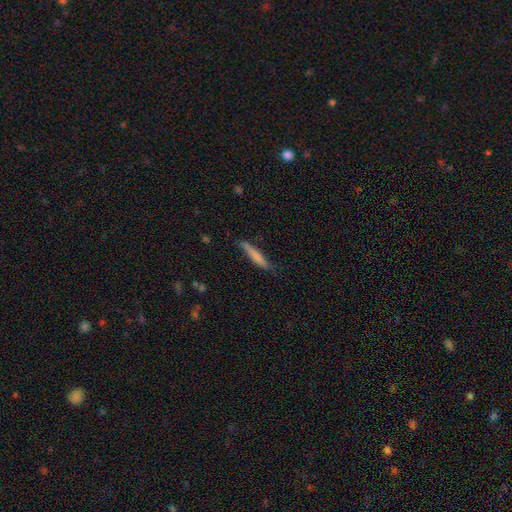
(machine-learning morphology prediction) smooth-or-featured: smooth: 69% | featured or disk: 25% | star or artifact: 6%
  how-rounded: cigar-shaped: 92% | in between: 6% | round: 1%
  merging: none: 76% | minor disturbance: 19% | major disturbance: 4% | merger: 2%